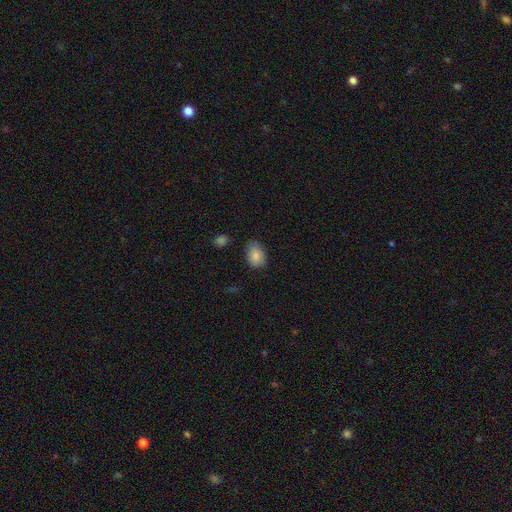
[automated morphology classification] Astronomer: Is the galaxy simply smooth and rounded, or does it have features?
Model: smooth — 86%.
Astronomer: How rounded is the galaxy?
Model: in between — 78%.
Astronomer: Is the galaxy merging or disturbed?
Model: none — 68%.